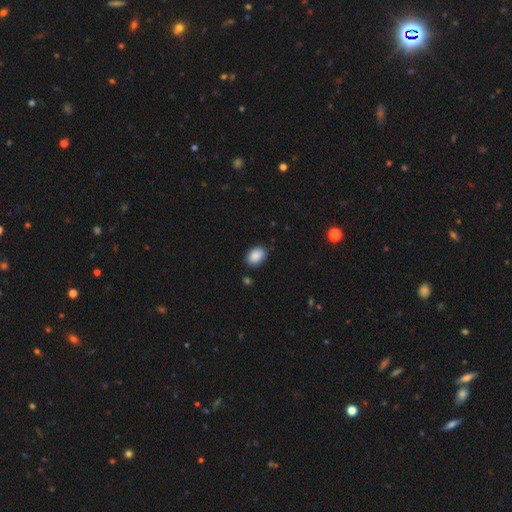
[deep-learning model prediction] A smooth galaxy with no disk features (89%) that is in between round and cigar-shaped (82%). Merging: none (85%).